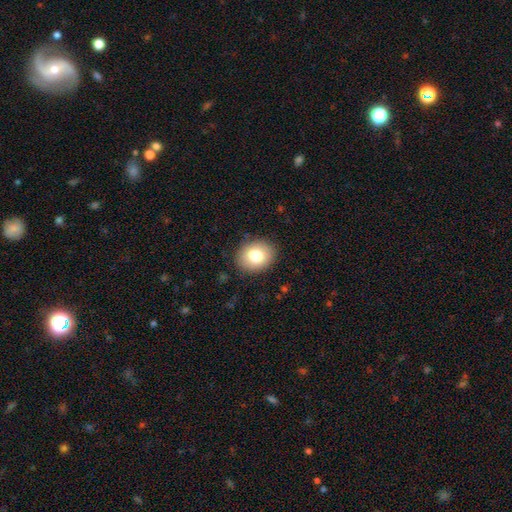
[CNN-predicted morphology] type=smooth (79%); roundness=round (58%); merging=none (88%).